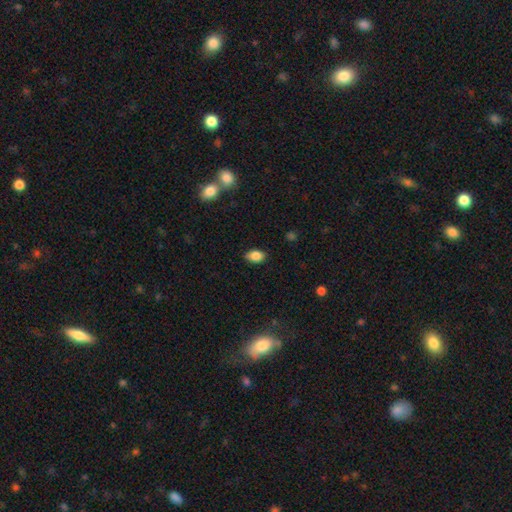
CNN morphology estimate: Smooth or featured? Predicted: smooth (p=0.86). How rounded? Predicted: in between (p=0.87). Merging? Predicted: none (p=0.85).